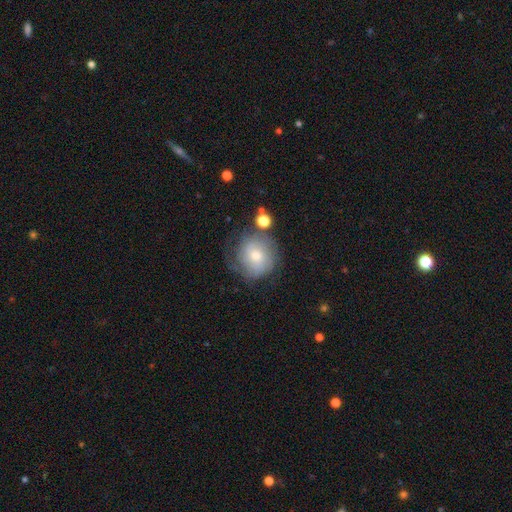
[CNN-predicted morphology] A smooth galaxy with no disk features (54%) that is round (86%).

Vote fractions:
- Smooth or featured? smooth: 54% / featured or disk: 36% / star or artifact: 9%
- How rounded? round: 86% / in between: 13% / cigar-shaped: 1%
- Merging? none: 57% / minor disturbance: 24% / major disturbance: 13% / merger: 6%